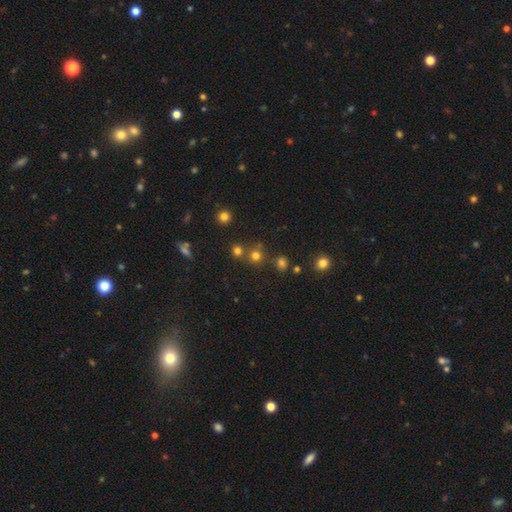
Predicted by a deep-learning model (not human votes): Smooth or featured? smooth (69%)
How rounded? round (92%)
Merging? none (71%)